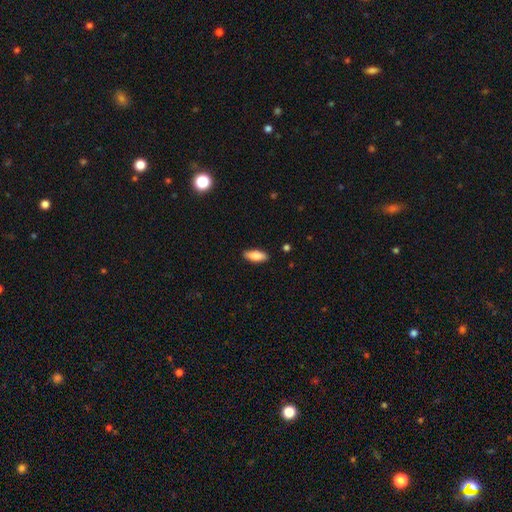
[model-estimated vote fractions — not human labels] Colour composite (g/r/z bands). It shows a smooth galaxy with no disk features (86%) that is in between round and cigar-shaped (78%). Merging: none (87%).